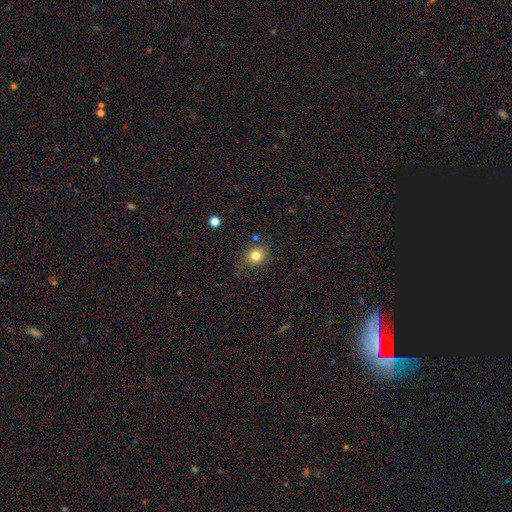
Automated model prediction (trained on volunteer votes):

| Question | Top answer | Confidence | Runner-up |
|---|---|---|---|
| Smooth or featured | smooth | 80% | star or artifact (12%) |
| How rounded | round | 73% | in between (26%) |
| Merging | none | 79% | minor disturbance (14%) |